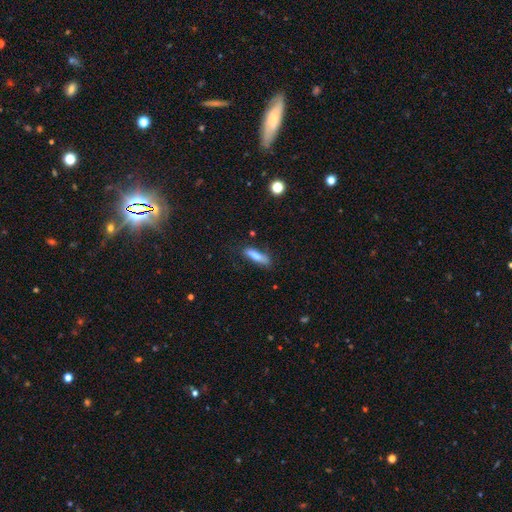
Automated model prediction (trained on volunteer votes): The model was most divided on "how rounded": cigar-shaped: 68%, in between: 30%, round: 2%. More confident: smooth or featured — smooth (76%); merging — none (73%).